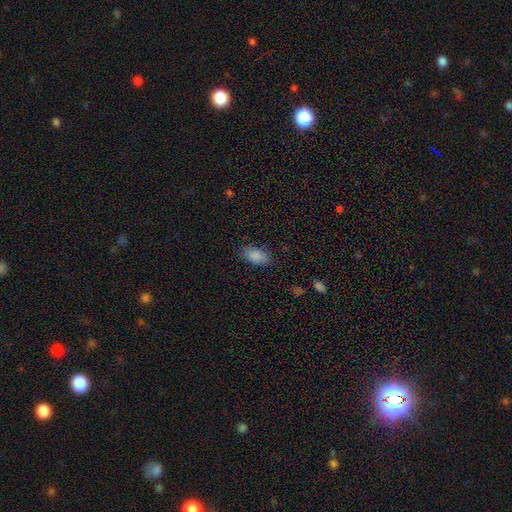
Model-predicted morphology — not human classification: Smooth or featured: smooth — 87% (star or artifact — 8%)
How rounded: in between — 92% (round — 5%)
Merging: none — 84% (minor disturbance — 12%)